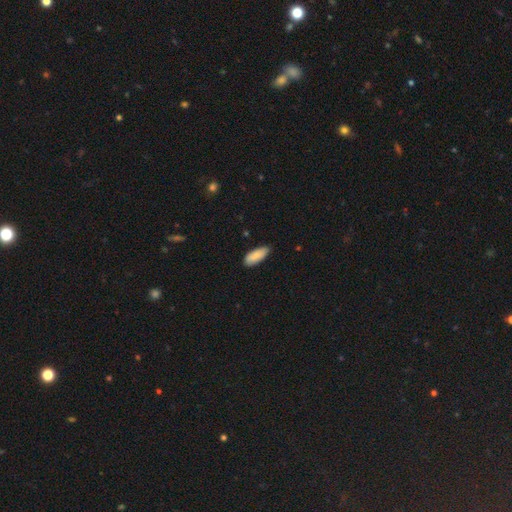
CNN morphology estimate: type=smooth (85%); roundness=in between (80%); merging=none (79%).